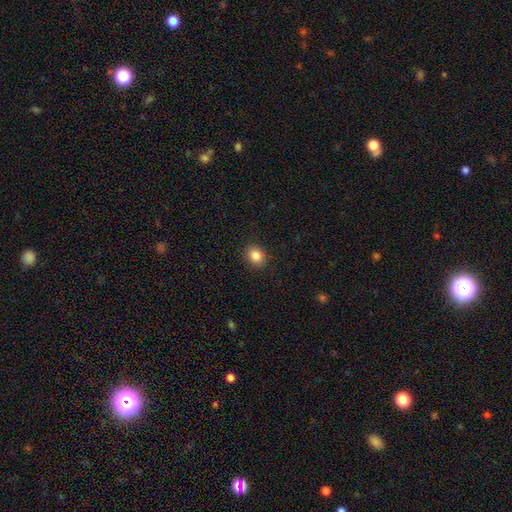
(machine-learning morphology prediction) type=smooth (85%); roundness=round (60%); merging=none (90%).